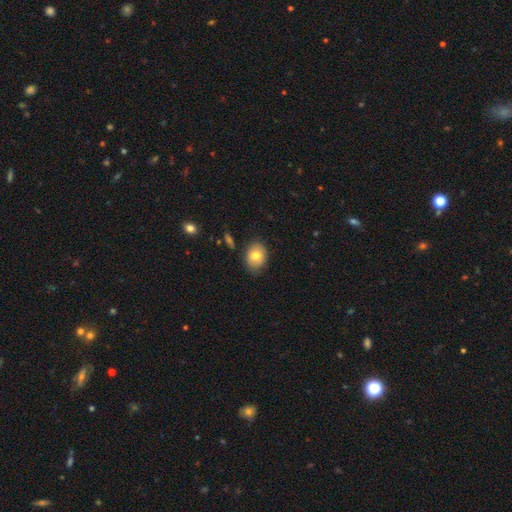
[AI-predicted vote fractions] This is likely a smooth galaxy (74%). How rounded: likely in between (66%). Merging: clearly none (81%).